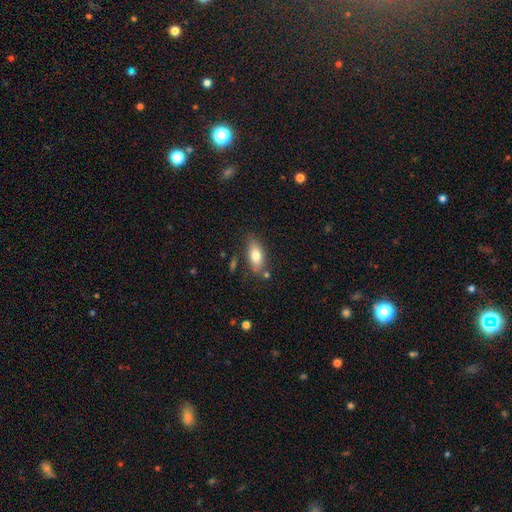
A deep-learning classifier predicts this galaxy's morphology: smooth_or_featured: smooth (p=0.77) [alt: featured or disk p=0.16]
how_rounded: in between (p=0.86) [alt: cigar-shaped p=0.11]
merging: none (p=0.75) [alt: minor disturbance p=0.16]